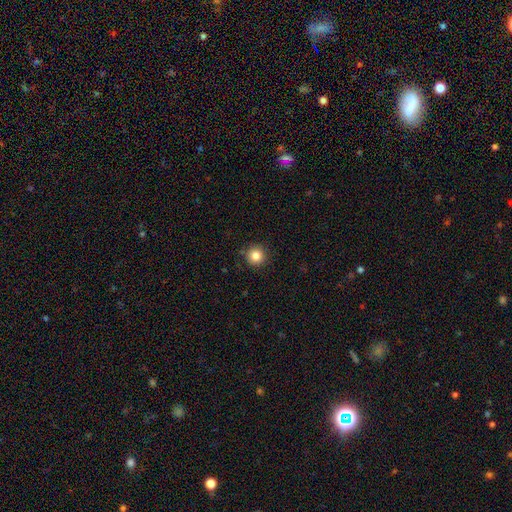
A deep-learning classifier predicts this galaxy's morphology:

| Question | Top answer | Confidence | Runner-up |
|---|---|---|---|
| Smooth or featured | smooth | 84% | star or artifact (11%) |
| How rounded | round | 95% | in between (4%) |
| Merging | none | 90% | minor disturbance (7%) |